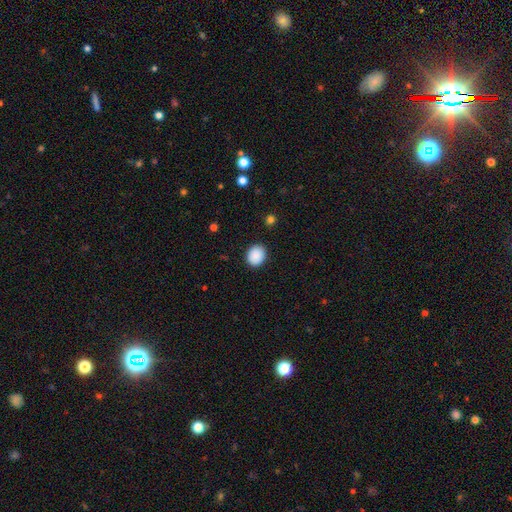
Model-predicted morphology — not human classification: This is clearly a smooth galaxy (89%). How rounded: likely round (62%). Merging: clearly none (89%).